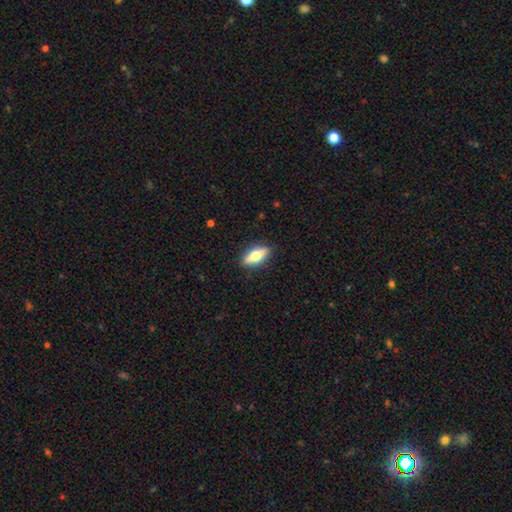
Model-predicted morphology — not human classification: Smooth or featured: featured or disk — 48% (smooth — 46%)
Merging: none — 89% (minor disturbance — 8%)